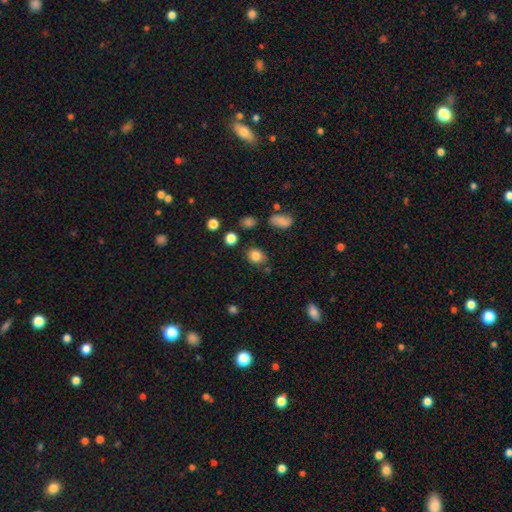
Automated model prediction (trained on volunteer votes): Smooth or featured?
  - smooth: 82% *
  - star or artifact: 11%
  - featured or disk: 6%
How rounded?
  - round: 58% *
  - in between: 41%
  - cigar-shaped: 1%
Merging?
  - none: 77% *
  - minor disturbance: 15%
  - merger: 4%
  - major disturbance: 4%